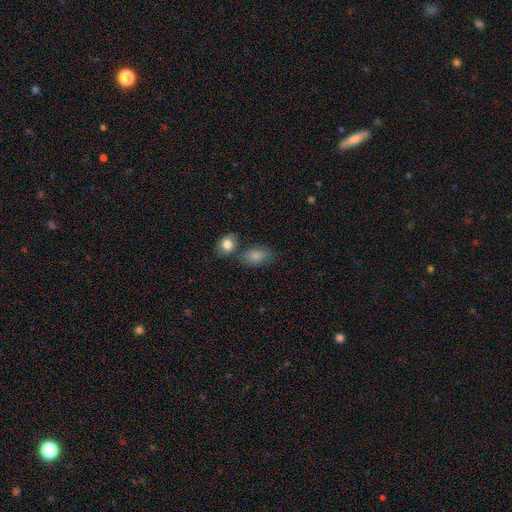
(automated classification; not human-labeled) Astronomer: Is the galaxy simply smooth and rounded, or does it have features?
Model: smooth — 84%.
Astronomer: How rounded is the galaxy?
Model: in between — 86%.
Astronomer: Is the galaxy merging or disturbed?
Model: none — 58%.